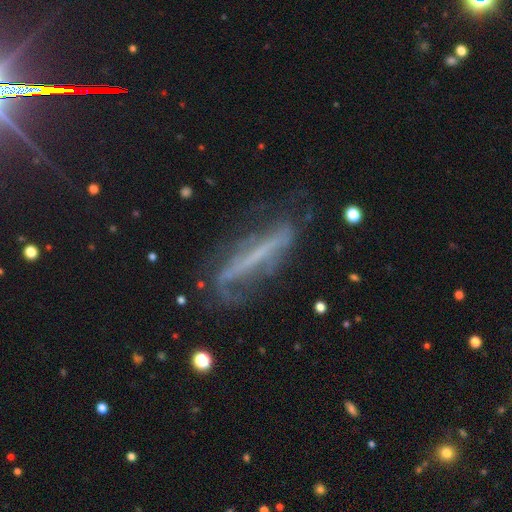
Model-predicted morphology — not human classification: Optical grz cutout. It shows a featured or disk galaxy (66%) viewed edge-on (57%). Merging: none (58%).